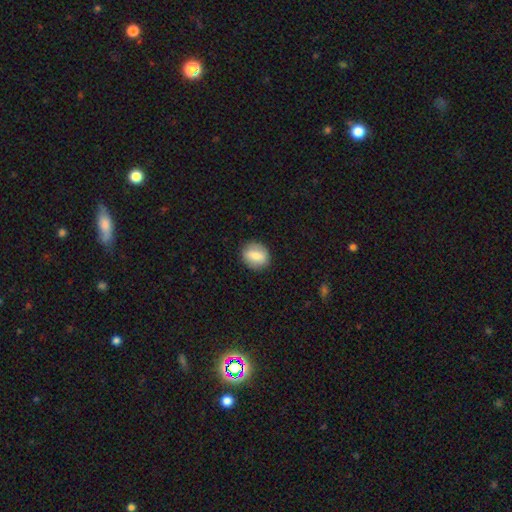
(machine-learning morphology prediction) Smooth or featured: smooth — 75% (featured or disk — 18%)
How rounded: round — 54% (in between — 45%)
Merging: none — 87% (minor disturbance — 10%)